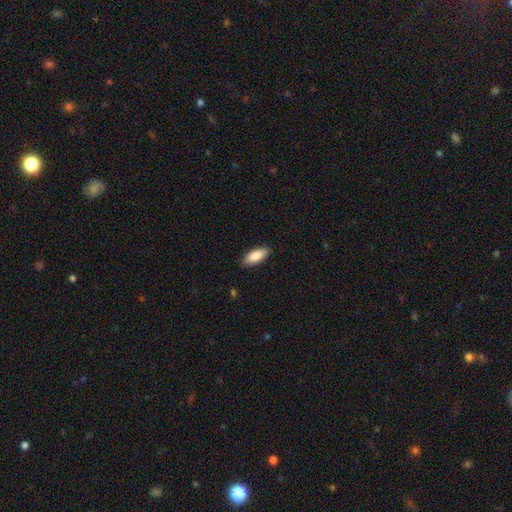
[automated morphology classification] Smooth or featured: smooth — 87% (featured or disk — 7%)
How rounded: in between — 78% (cigar-shaped — 20%)
Merging: none — 88% (minor disturbance — 9%)